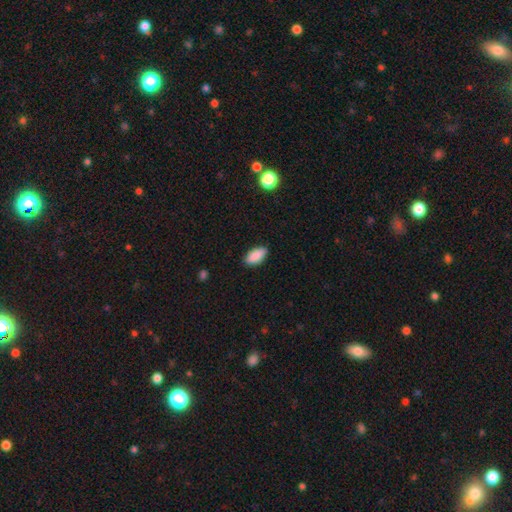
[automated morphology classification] This is clearly a smooth galaxy (88%). How rounded: clearly in between (89%). Merging: clearly none (83%).